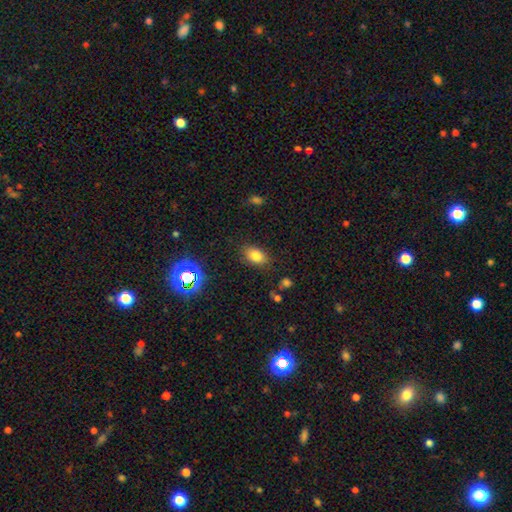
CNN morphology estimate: This is likely a smooth galaxy (79%). How rounded: clearly in between (84%). Merging: clearly none (83%).